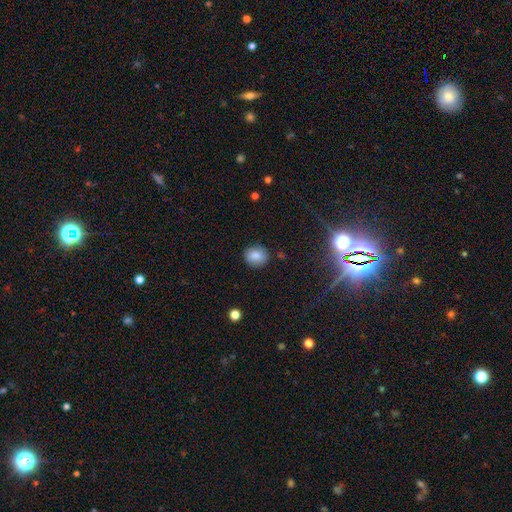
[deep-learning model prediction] smooth_or_featured: smooth (p=0.84) [alt: star or artifact p=0.10]
how_rounded: round (p=0.73) [alt: in between p=0.26]
merging: none (p=0.87) [alt: minor disturbance p=0.09]